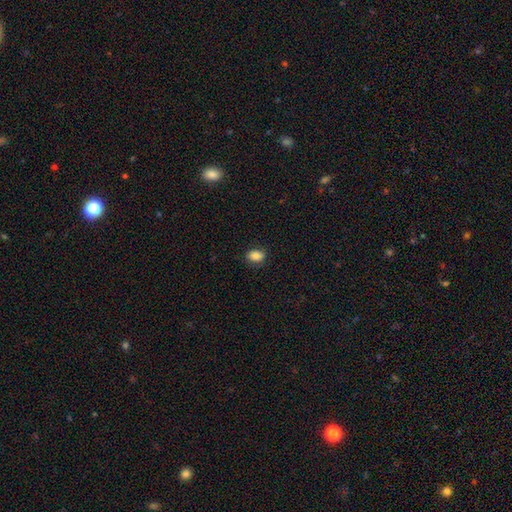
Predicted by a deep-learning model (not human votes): smooth-or-featured: smooth: 86% | star or artifact: 9% | featured or disk: 5%
  how-rounded: in between: 76% | round: 23% | cigar-shaped: 1%
  merging: none: 83% | minor disturbance: 13% | major disturbance: 3% | merger: 1%